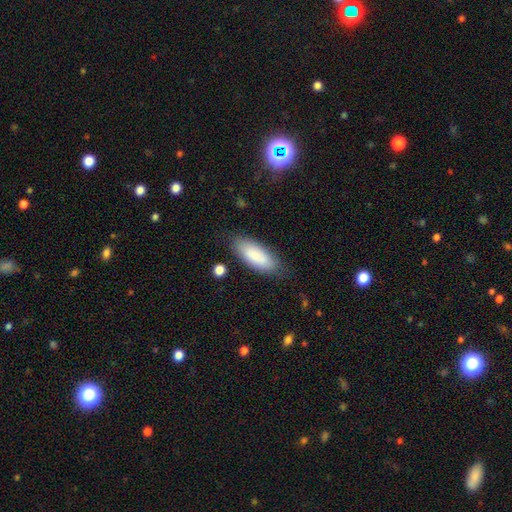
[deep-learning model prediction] This is clearly a smooth galaxy (86%). How rounded: likely in between (78%). Merging: likely none (78%).